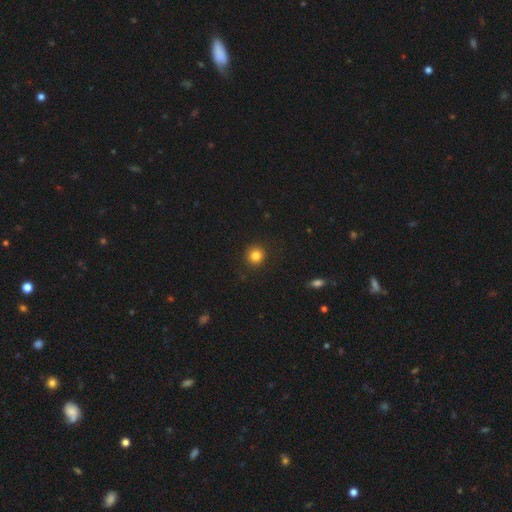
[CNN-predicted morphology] Overall: smooth (83%). How rounded: round (94%). Merging: none (91%).